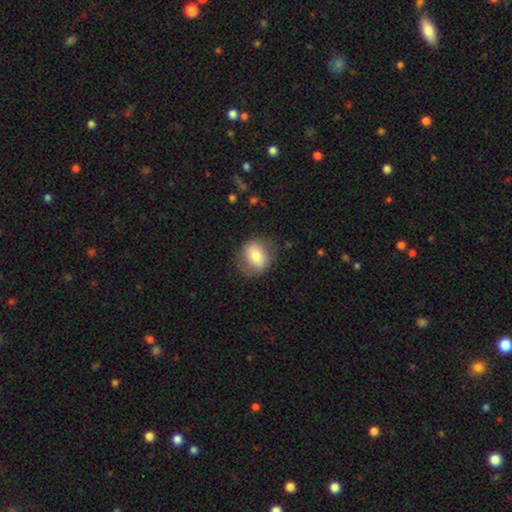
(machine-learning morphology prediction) Smooth or featured: smooth — 70% (featured or disk — 23%)
How rounded: round — 55% (in between — 44%)
Merging: none — 76% (minor disturbance — 16%)